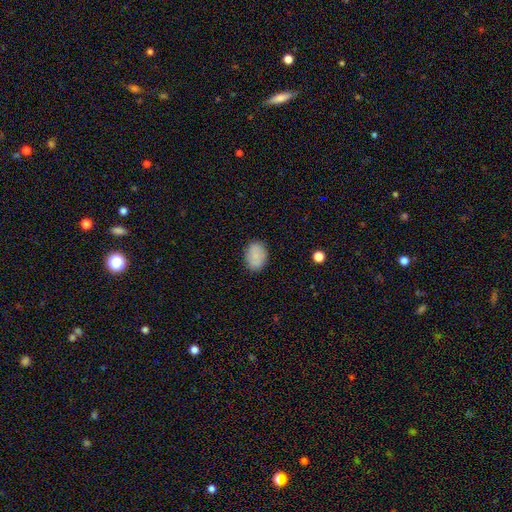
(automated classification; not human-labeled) Smooth or featured? Predicted: smooth (p=0.84). How rounded? Predicted: in between (p=0.74). Merging? Predicted: none (p=0.86).